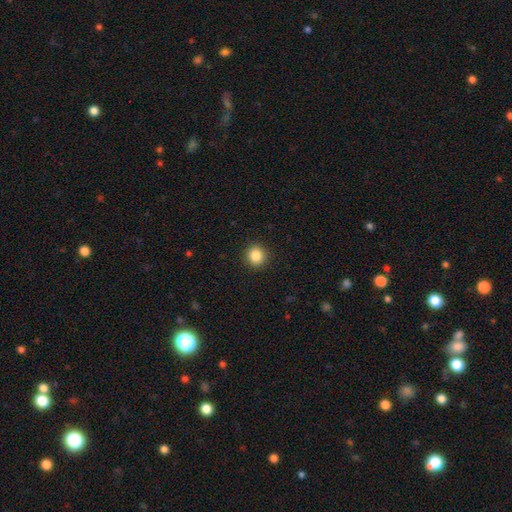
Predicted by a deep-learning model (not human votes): A smooth galaxy with no disk features (86%) that is round (87%).

Vote fractions:
- Smooth or featured? smooth: 86% / star or artifact: 10% / featured or disk: 4%
- How rounded? round: 87% / in between: 12% / cigar-shaped: 1%
- Merging? none: 91% / minor disturbance: 6% / major disturbance: 2% / merger: 1%